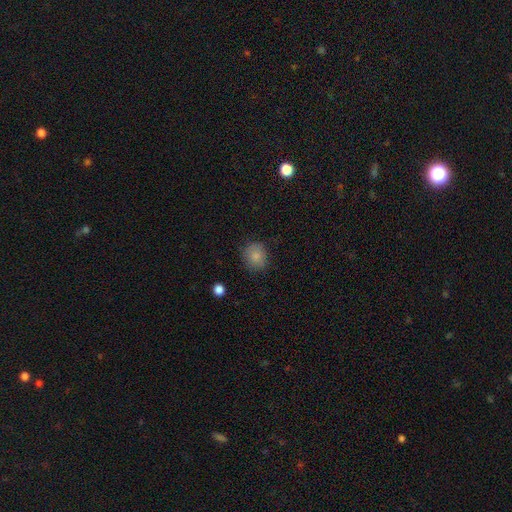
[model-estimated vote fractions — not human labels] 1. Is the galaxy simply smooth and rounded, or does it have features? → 84% smooth, 9% star or artifact, 7% featured or disk.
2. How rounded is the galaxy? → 74% round, 25% in between, 1% cigar-shaped.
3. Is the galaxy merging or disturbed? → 78% none, 16% minor disturbance, 4% major disturbance, 1% merger.